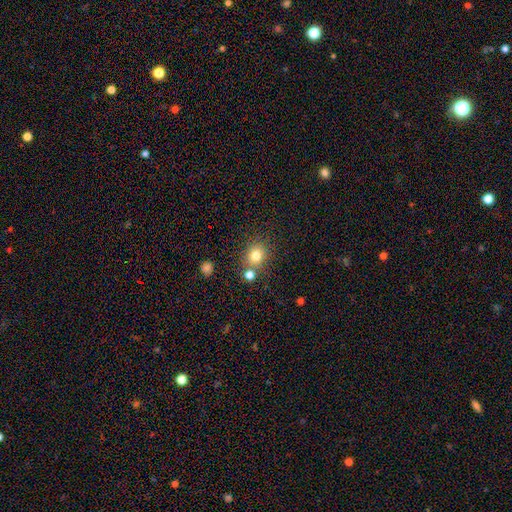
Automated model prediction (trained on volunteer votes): A smooth galaxy with no disk features (78%) that is round (76%).

Vote fractions:
- Smooth or featured? smooth: 78% / star or artifact: 14% / featured or disk: 8%
- How rounded? round: 76% / in between: 23% / cigar-shaped: 1%
- Merging? none: 73% / merger: 14% / minor disturbance: 10% / major disturbance: 3%